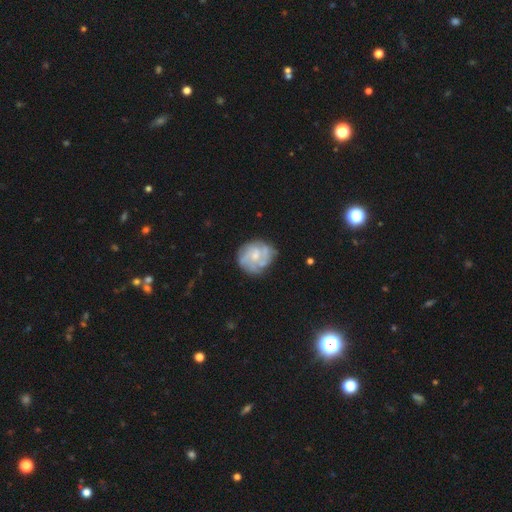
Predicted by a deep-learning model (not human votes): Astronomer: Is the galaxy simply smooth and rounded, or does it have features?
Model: featured or disk — 65%.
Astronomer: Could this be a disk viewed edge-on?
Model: no — 98%.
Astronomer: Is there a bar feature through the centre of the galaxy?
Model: no — 68%.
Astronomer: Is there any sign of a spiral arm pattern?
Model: yes — 69%.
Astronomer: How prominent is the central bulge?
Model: moderate — 41% (runner-up: small, 39%).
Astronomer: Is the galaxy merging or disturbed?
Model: none — 67%.